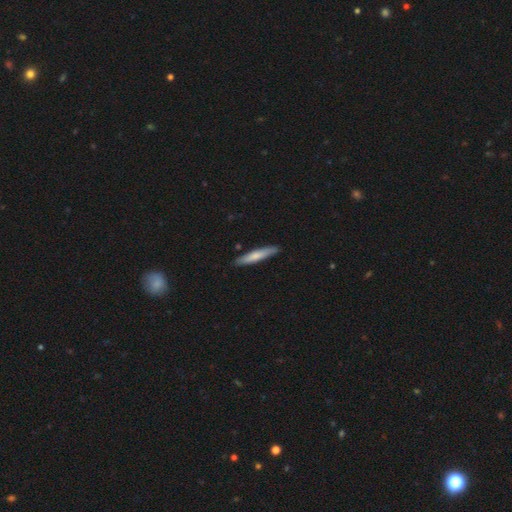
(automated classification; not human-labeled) Smooth or featured? smooth (71%)
How rounded? cigar-shaped (90%)
Merging? none (88%)